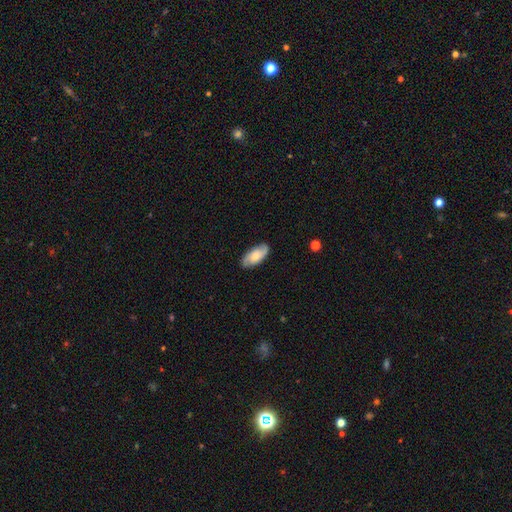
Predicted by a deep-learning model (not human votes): A featured or disk galaxy (52%).

Vote fractions:
- Smooth or featured? featured or disk: 52% / smooth: 41% / star or artifact: 7%
- Edge-on disk? no: 91% / yes: 9%
- Merging? none: 85% / minor disturbance: 11% / major disturbance: 3% / merger: 1%